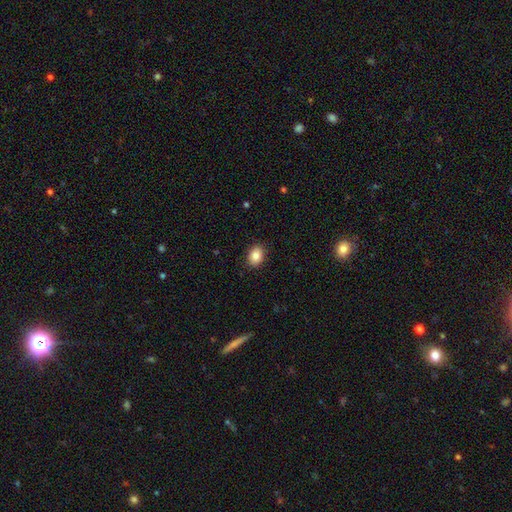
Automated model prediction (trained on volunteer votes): smooth 85%, star or artifact 9%, featured or disk 7%. Down the decision tree: how rounded — in between (67%); merging — none (89%).